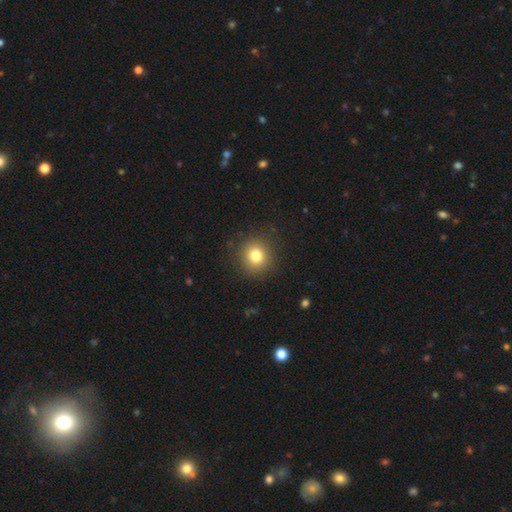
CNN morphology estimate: The model was most divided on "smooth or featured": smooth: 79%, star or artifact: 13%, featured or disk: 8%. More confident: how rounded — round (90%); merging — none (89%).